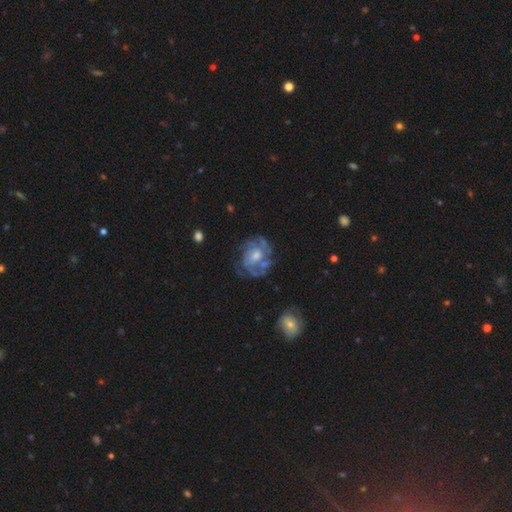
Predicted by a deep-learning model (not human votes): Smooth or featured? Predicted: featured or disk (p=0.76). Edge-on disk? Predicted: no (p=0.98). Bar? Predicted: no (p=0.61). Spiral arms? Predicted: yes (p=0.82). Spiral winding? Predicted: tight (p=0.48). Spiral arm count? Predicted: can't tell (p=0.38). Bulge size? Predicted: moderate (p=0.59). Merging? Predicted: none (p=0.65).